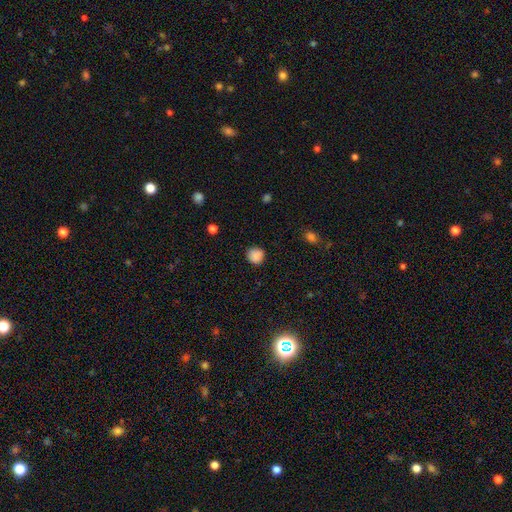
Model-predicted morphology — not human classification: Overall: smooth (86%). How rounded: round (91%). Merging: none (86%).